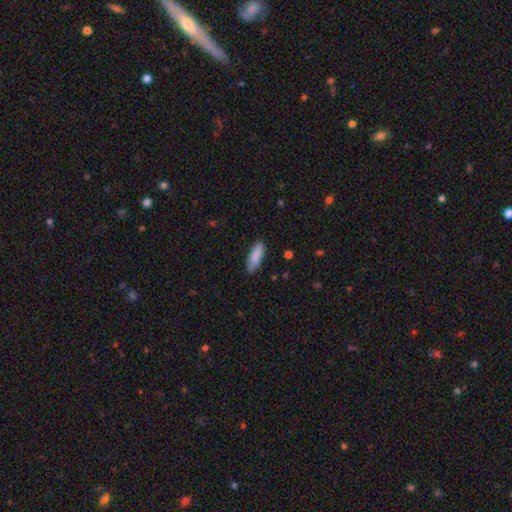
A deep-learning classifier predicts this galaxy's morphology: Smooth or featured? Predicted: smooth (p=0.86). How rounded? Predicted: in between (p=0.56). Merging? Predicted: none (p=0.81).